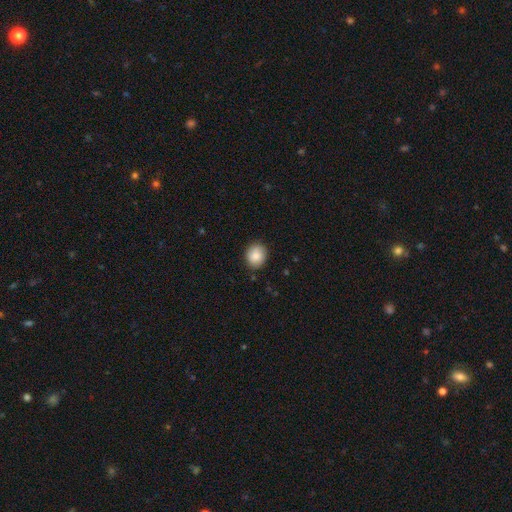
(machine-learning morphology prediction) smooth-or-featured: smooth: 87% | star or artifact: 8% | featured or disk: 6%
  how-rounded: round: 69% | in between: 31% | cigar-shaped: 1%
  merging: none: 86% | minor disturbance: 10% | major disturbance: 2% | merger: 1%